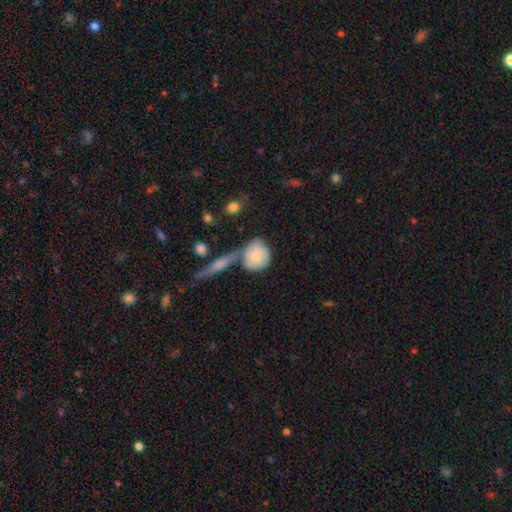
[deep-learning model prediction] smooth 68%, featured or disk 25%, star or artifact 7%. Down the decision tree: how rounded — round (75%); merging — none (41%).